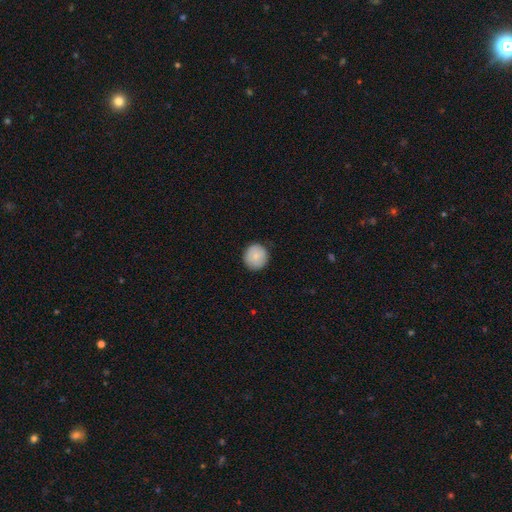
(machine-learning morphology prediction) This appears to be a smooth galaxy with no disk features (83%) that is round (92%). Merging: none (87%).